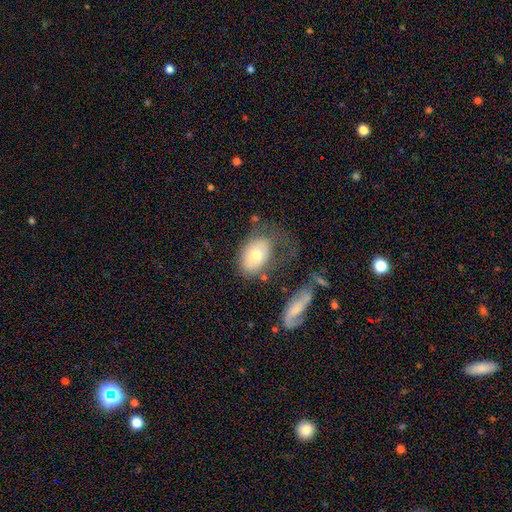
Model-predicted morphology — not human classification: Q: Smooth or featured?
A: smooth (70%); runner-up: featured or disk (23%)
Q: How rounded?
A: in between (85%); runner-up: round (13%)
Q: Merging?
A: none (46%); runner-up: major disturbance (22%)